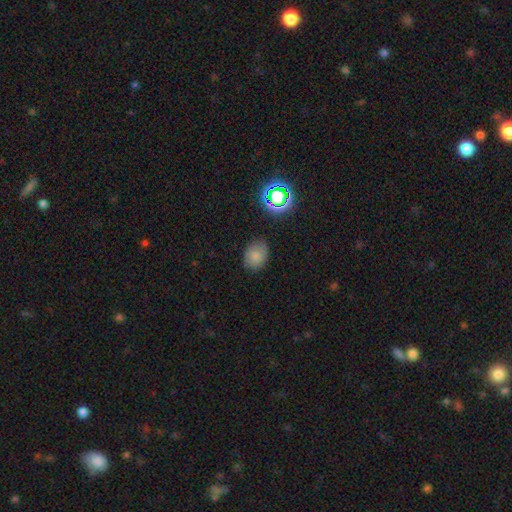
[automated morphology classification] smooth_or_featured: smooth (p=0.75) [alt: star or artifact p=0.15]
how_rounded: in between (p=0.54) [alt: round p=0.45]
merging: none (p=0.81) [alt: minor disturbance p=0.14]